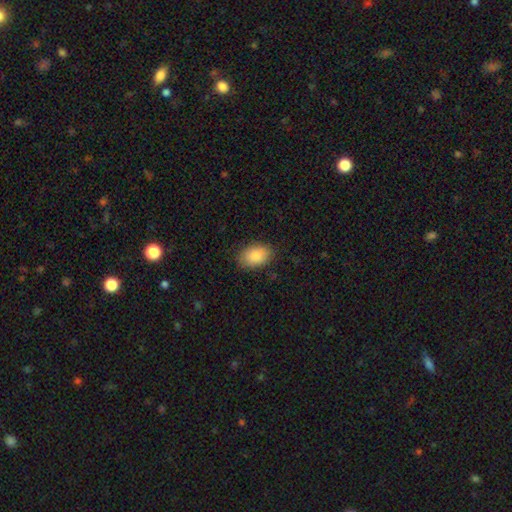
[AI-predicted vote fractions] Q: Smooth or featured?
A: smooth (87%); runner-up: star or artifact (7%)
Q: How rounded?
A: in between (89%); runner-up: round (10%)
Q: Merging?
A: none (85%); runner-up: minor disturbance (12%)